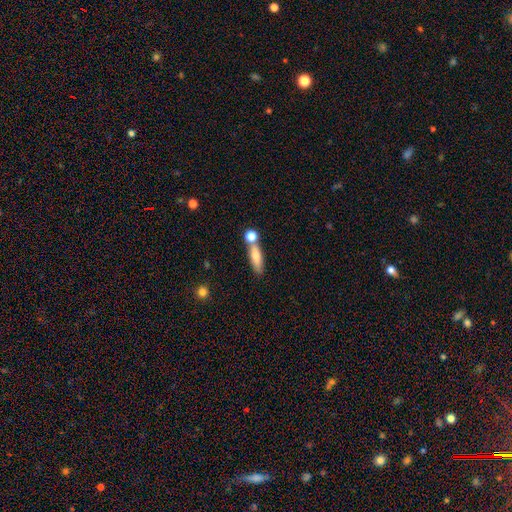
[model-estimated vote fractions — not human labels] Q: Smooth or featured?
A: smooth (74%); runner-up: featured or disk (18%)
Q: How rounded?
A: cigar-shaped (54%); runner-up: in between (41%)
Q: Merging?
A: none (61%); runner-up: merger (22%)